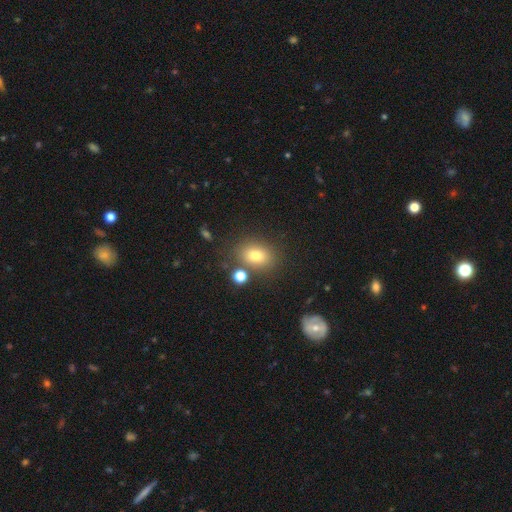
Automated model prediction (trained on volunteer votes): Smooth or featured?
  - smooth: 75% *
  - star or artifact: 13%
  - featured or disk: 12%
How rounded?
  - in between: 62% *
  - round: 37%
  - cigar-shaped: 1%
Merging?
  - none: 75% *
  - minor disturbance: 12%
  - merger: 9%
  - major disturbance: 4%